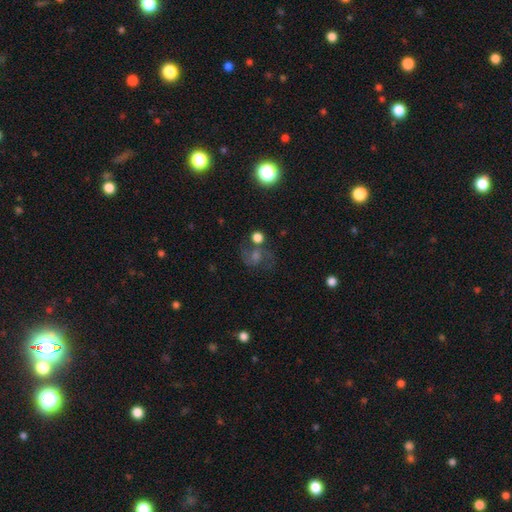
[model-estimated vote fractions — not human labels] Morphology: type=featured or disk (44%); merging=none (60%).